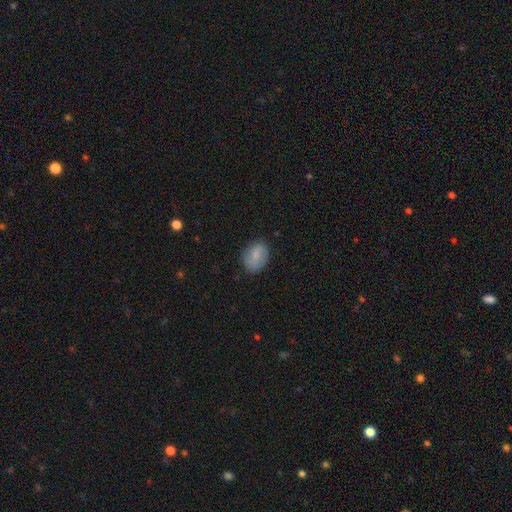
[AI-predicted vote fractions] Q: Smooth or featured?
A: smooth (78%); runner-up: featured or disk (15%)
Q: How rounded?
A: in between (69%); runner-up: round (29%)
Q: Merging?
A: none (76%); runner-up: minor disturbance (18%)